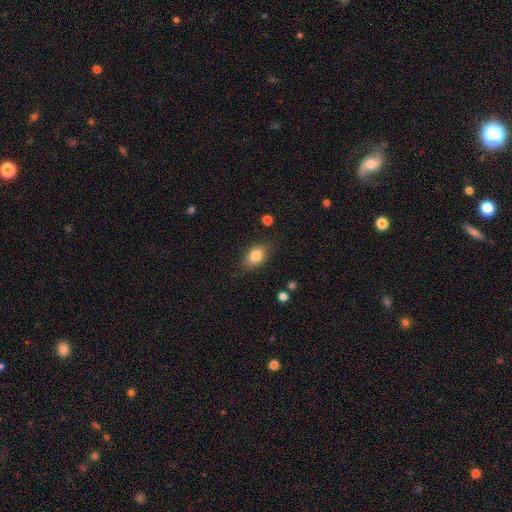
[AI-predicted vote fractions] Morphology: type=smooth (82%); roundness=in between (73%); merging=none (77%).